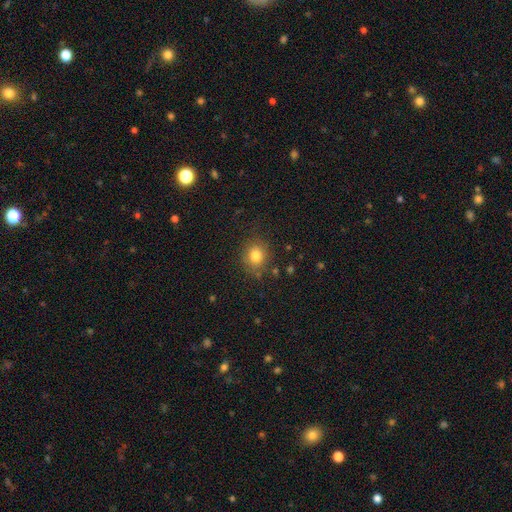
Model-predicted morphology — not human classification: Smooth or featured? smooth (81%)
How rounded? round (74%)
Merging? none (80%)